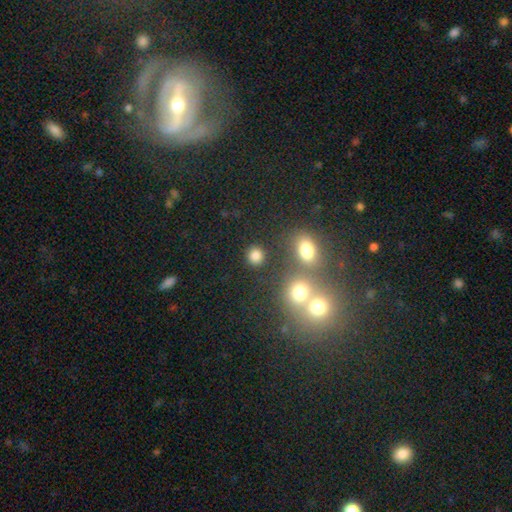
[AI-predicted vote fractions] This is clearly a smooth galaxy (81%). How rounded: clearly round (85%). Merging: clearly none (83%).